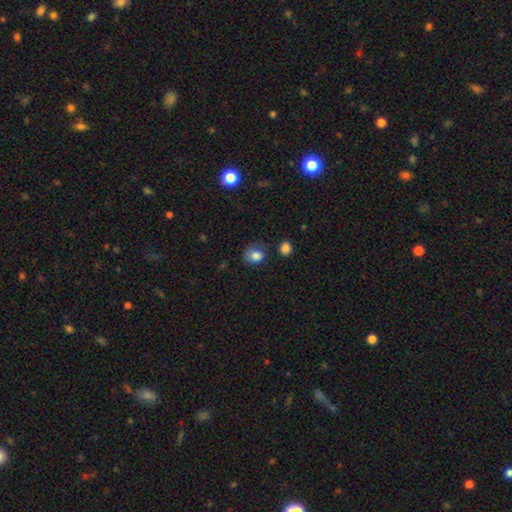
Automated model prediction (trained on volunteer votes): smooth_or_featured: smooth (p=0.82) [alt: star or artifact p=0.11]
how_rounded: round (p=0.62) [alt: in between p=0.37]
merging: none (p=0.57) [alt: minor disturbance p=0.28]